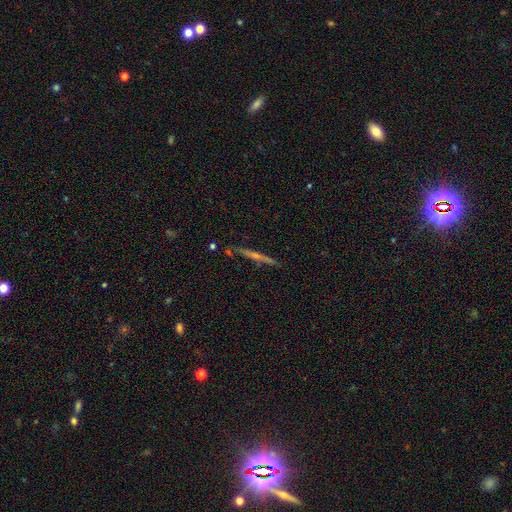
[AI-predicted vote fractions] The model was most divided on "edge-on bulge": rounded: 62%, none: 31%, boxy: 7%. More confident: edge-on disk — yes (98%); merging — none (88%); smooth or featured — featured or disk (72%).